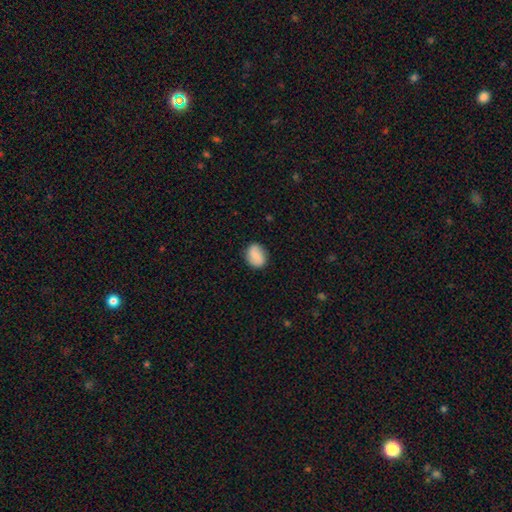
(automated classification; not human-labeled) A smooth galaxy with no disk features (77%) that is in between round and cigar-shaped (56%).

Vote fractions:
- Smooth or featured? smooth: 77% / featured or disk: 16% / star or artifact: 8%
- How rounded? in between: 56% / round: 42% / cigar-shaped: 1%
- Merging? none: 83% / minor disturbance: 13% / major disturbance: 3% / merger: 1%